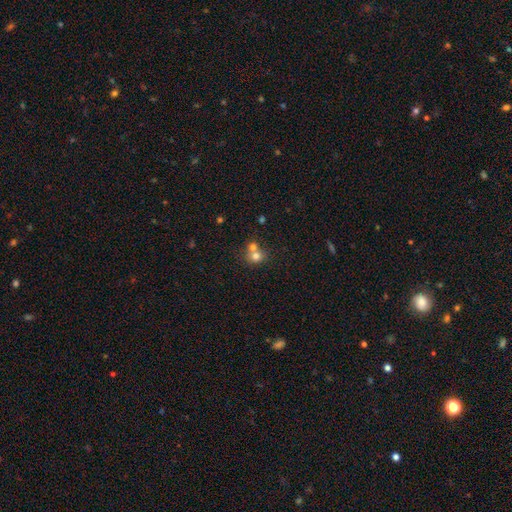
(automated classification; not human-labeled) Smooth or featured? smooth (74%)
How rounded? round (80%)
Merging? merger (53%)